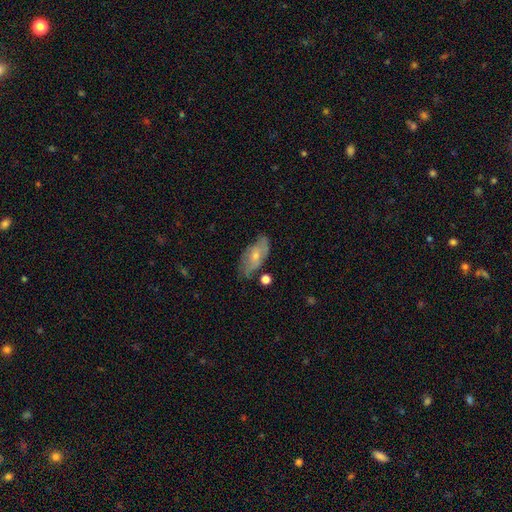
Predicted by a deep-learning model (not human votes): smooth-or-featured: featured or disk: 48% | smooth: 45% | star or artifact: 7%
  merging: none: 59% | minor disturbance: 27% | major disturbance: 9% | merger: 5%